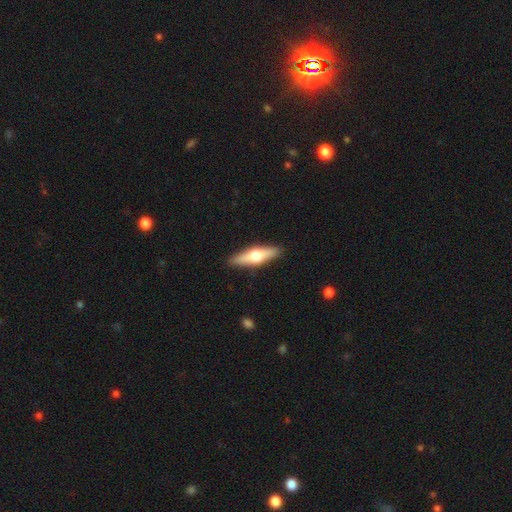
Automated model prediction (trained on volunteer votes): Smooth or featured?
  - featured or disk: 53% *
  - smooth: 42%
  - star or artifact: 5%
Edge-on disk?
  - yes: 93% *
  - no: 7%
Merging?
  - none: 90% *
  - minor disturbance: 7%
  - major disturbance: 2%
  - merger: 1%